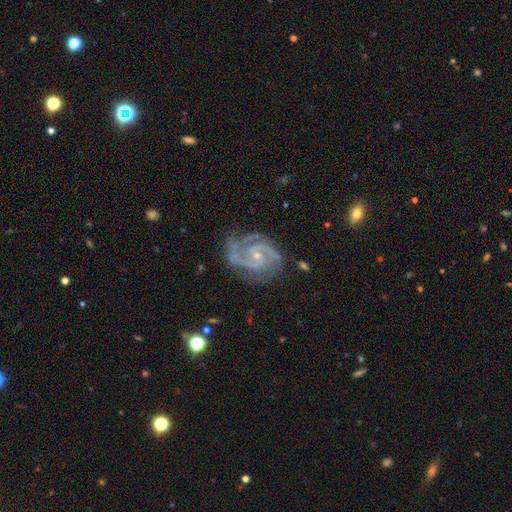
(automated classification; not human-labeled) Smooth or featured: featured or disk — 92% (star or artifact — 5%)
Edge-on disk: no — 98% (yes — 2%)
Bar: no — 54% (weak — 36%)
Spiral arms: yes — 98% (no — 2%)
Spiral winding: medium — 51% (tight — 42%)
Spiral arm count: 2 — 71% (3 — 16%)
Bulge size: small — 74% (moderate — 22%)
Merging: none — 69% (minor disturbance — 21%)